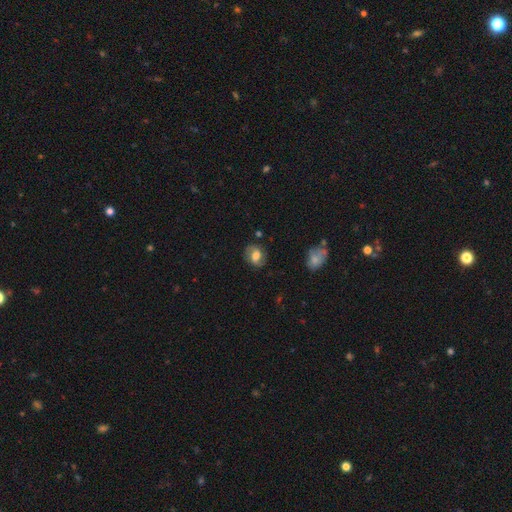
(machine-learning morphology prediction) smooth-or-featured: featured or disk: 54% | smooth: 37% | star or artifact: 8%
  disk-edge-on: no: 96% | yes: 4%
    bar: weak: 44% | no: 40% | strong: 16%
    has-spiral-arms: yes: 86% | no: 14%
    bulge-size: moderate: 45% | large: 37% | small: 10% | none: 4% | dominant: 4%
  merging: none: 78% | minor disturbance: 15% | major disturbance: 5% | merger: 2%